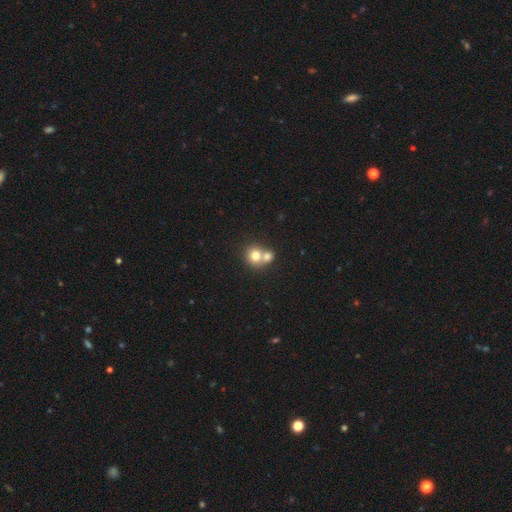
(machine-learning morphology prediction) type=smooth (75%); roundness=round (81%); merging=merger (59%).